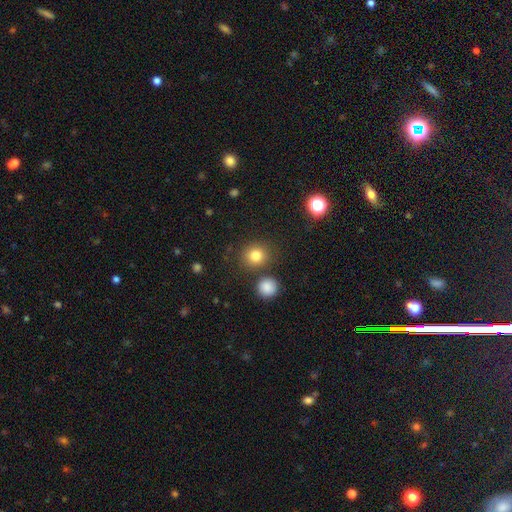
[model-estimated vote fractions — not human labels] Smooth or featured? Predicted: smooth (p=0.81). How rounded? Predicted: round (p=0.82). Merging? Predicted: none (p=0.79).